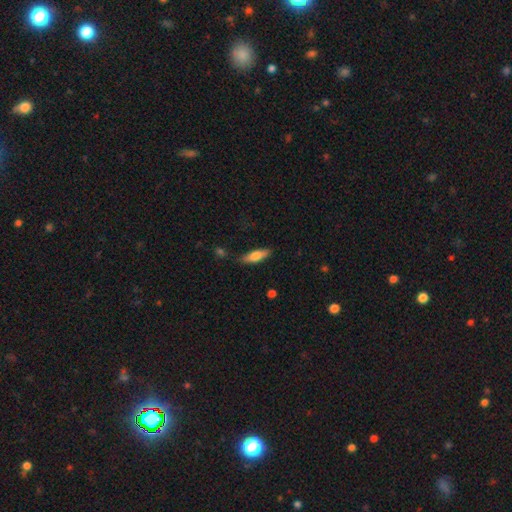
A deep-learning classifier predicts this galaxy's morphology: Smooth or featured?
  - smooth: 71% *
  - featured or disk: 22%
  - star or artifact: 6%
How rounded?
  - in between: 52% *
  - cigar-shaped: 46%
  - round: 2%
Merging?
  - none: 79% *
  - minor disturbance: 15%
  - major disturbance: 3%
  - merger: 2%